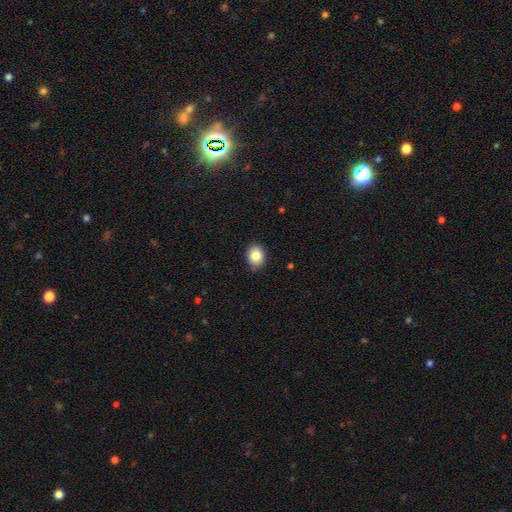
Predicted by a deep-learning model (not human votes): A smooth galaxy with no disk features (85%) that is round (51%).

Vote fractions:
- Smooth or featured? smooth: 85% / star or artifact: 9% / featured or disk: 7%
- How rounded? round: 51% / in between: 48% / cigar-shaped: 1%
- Merging? none: 85% / minor disturbance: 12% / major disturbance: 2% / merger: 1%